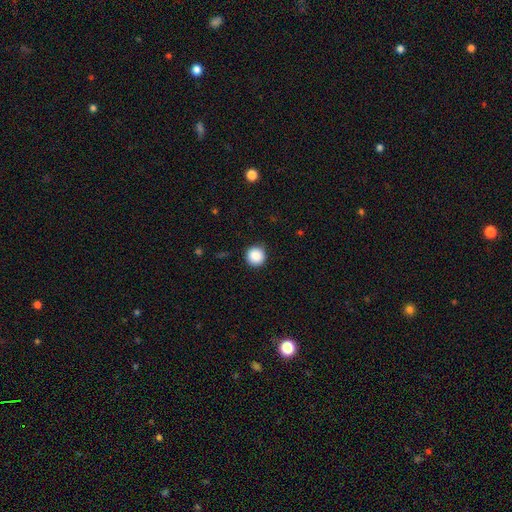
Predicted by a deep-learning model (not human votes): A smooth galaxy with no disk features (87%) that is round (95%). Merging: none (91%).